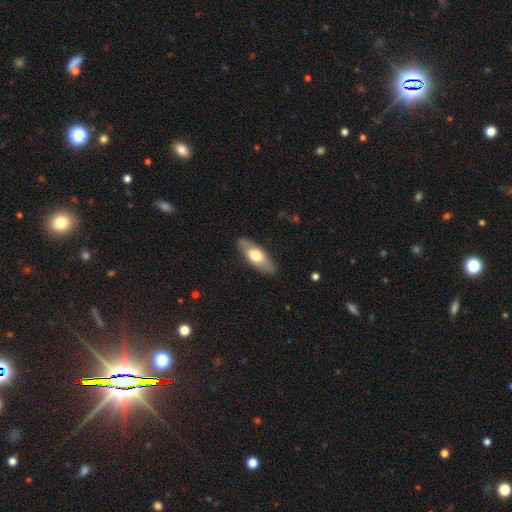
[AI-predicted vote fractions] smooth-or-featured: smooth: 55% | featured or disk: 40% | star or artifact: 5%
  how-rounded: in between: 69% | cigar-shaped: 28% | round: 3%
  merging: none: 85% | minor disturbance: 11% | major disturbance: 3% | merger: 1%